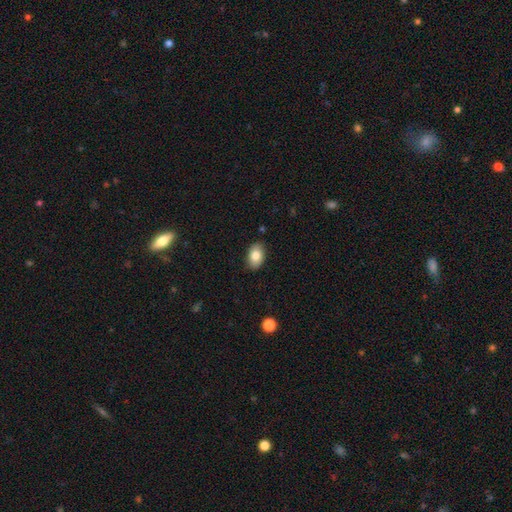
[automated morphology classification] type=smooth (82%); roundness=in between (88%); merging=none (86%).